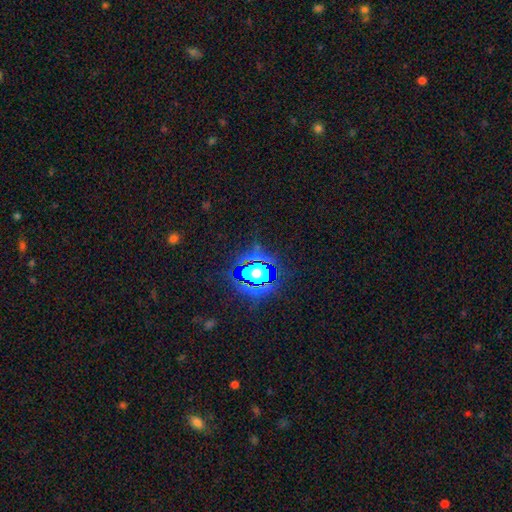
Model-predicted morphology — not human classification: Overall: star or artifact (82%).